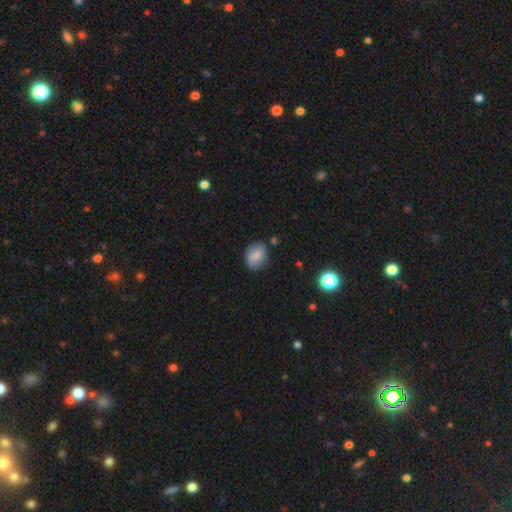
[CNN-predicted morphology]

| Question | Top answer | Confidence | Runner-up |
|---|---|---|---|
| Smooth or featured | smooth | 76% | featured or disk (15%) |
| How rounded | in between | 63% | round (35%) |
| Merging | none | 75% | minor disturbance (18%) |